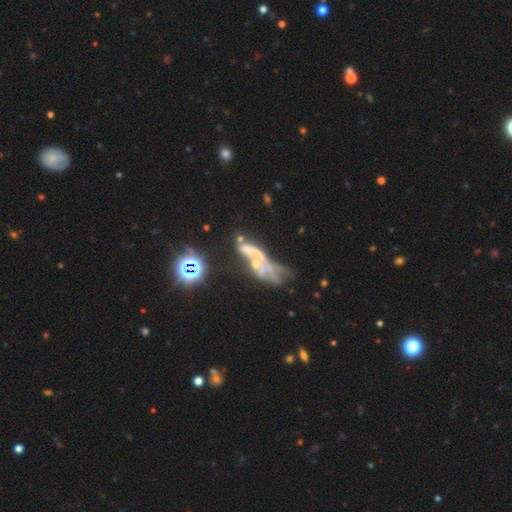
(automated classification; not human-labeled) Smooth or featured? featured or disk (52%)
Edge-on disk? no (77%)
Merging? merger (33%)